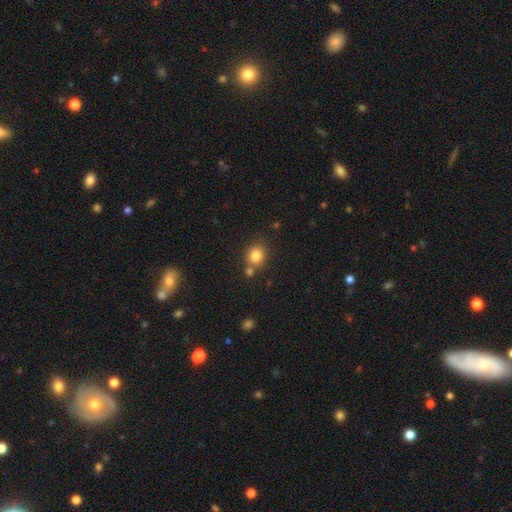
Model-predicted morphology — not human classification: smooth-or-featured: smooth: 83% | star or artifact: 11% | featured or disk: 7%
  how-rounded: round: 70% | in between: 29% | cigar-shaped: 1%
  merging: none: 68% | merger: 16% | minor disturbance: 12% | major disturbance: 4%